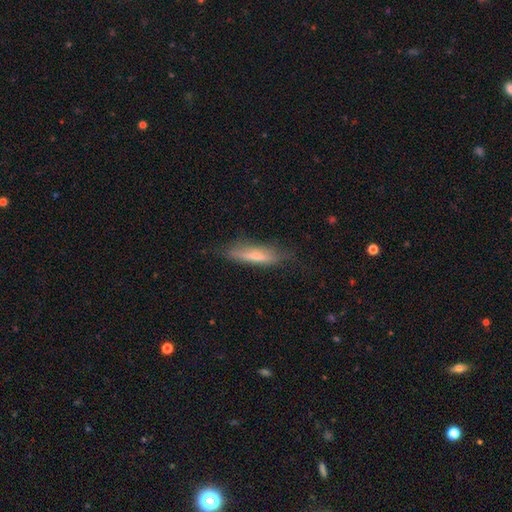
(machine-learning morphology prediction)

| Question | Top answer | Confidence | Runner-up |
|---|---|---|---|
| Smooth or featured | smooth | 53% | featured or disk (40%) |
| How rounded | cigar-shaped | 77% | in between (22%) |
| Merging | none | 73% | minor disturbance (21%) |